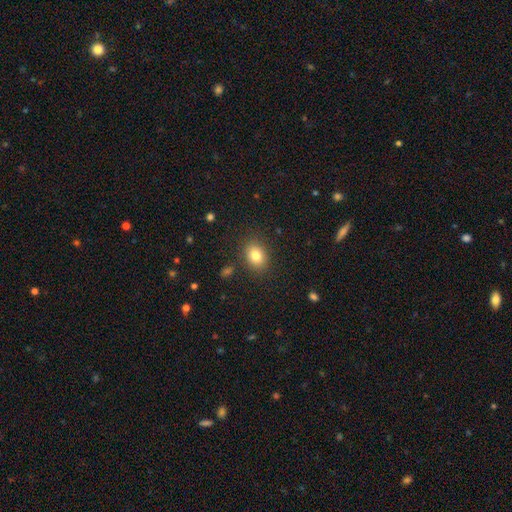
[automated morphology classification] Smooth or featured? smooth (82%)
How rounded? in between (58%)
Merging? none (86%)